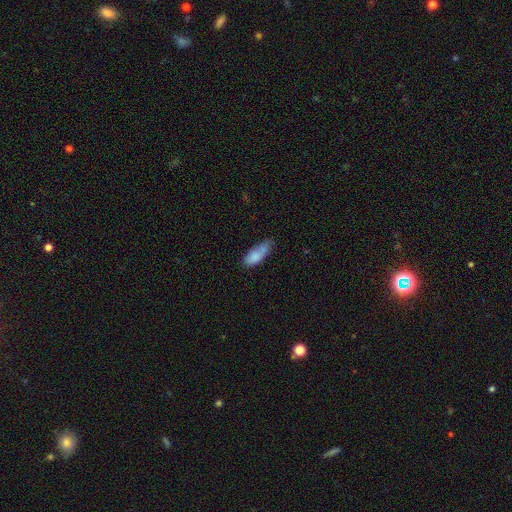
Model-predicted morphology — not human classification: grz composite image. It shows a smooth galaxy with no disk features (79%) that is in between round and cigar-shaped (71%). Merging: none (41%).